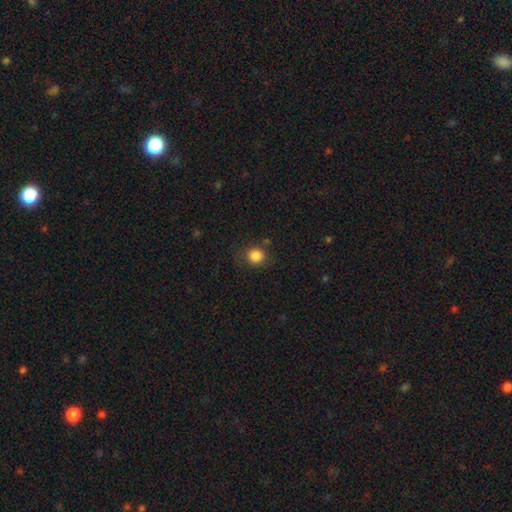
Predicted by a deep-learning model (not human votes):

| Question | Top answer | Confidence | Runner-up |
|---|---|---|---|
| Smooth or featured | smooth | 84% | star or artifact (11%) |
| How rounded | round | 86% | in between (13%) |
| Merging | none | 79% | minor disturbance (13%) |